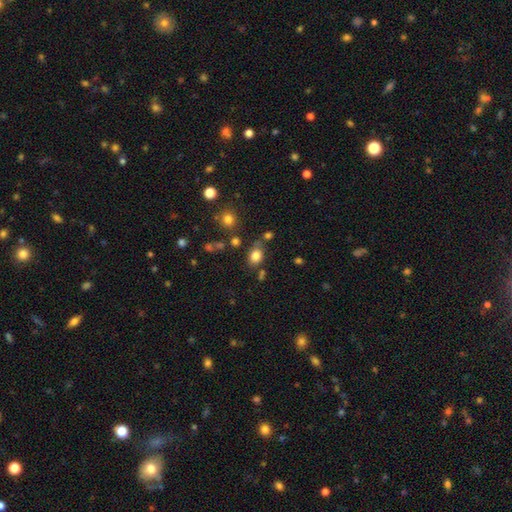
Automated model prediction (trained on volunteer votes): Smooth or featured? Predicted: smooth (p=0.80). How rounded? Predicted: in between (p=0.56). Merging? Predicted: none (p=0.67).